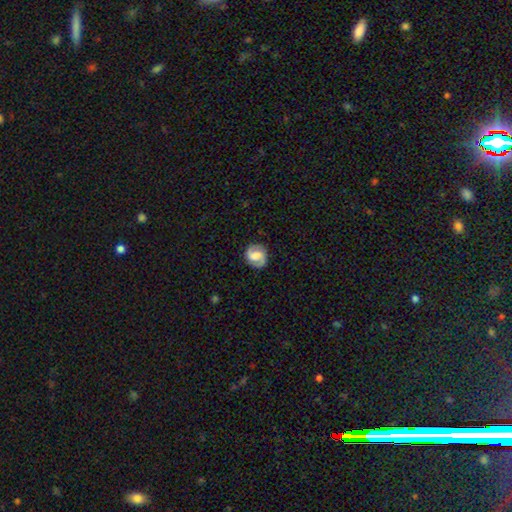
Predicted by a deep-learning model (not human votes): Smooth or featured? Predicted: featured or disk (p=0.70). Edge-on disk? Predicted: no (p=0.98). Bar? Predicted: weak (p=0.50). Spiral arms? Predicted: yes (p=0.92). Spiral winding? Predicted: medium (p=0.47). Spiral arm count? Predicted: 2 (p=0.91). Bulge size? Predicted: moderate (p=0.43). Merging? Predicted: none (p=0.85).